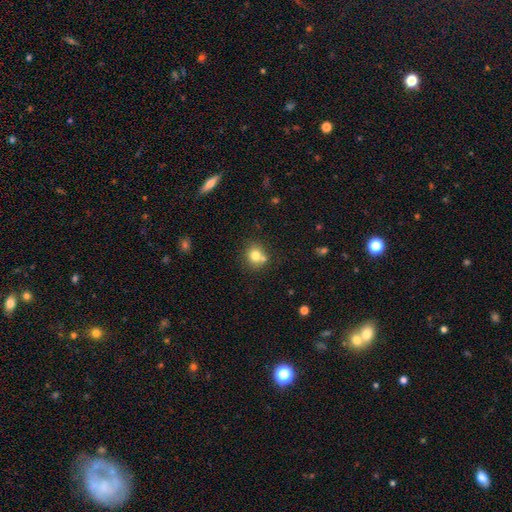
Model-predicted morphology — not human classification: type=smooth (78%); roundness=round (82%); merging=none (60%).